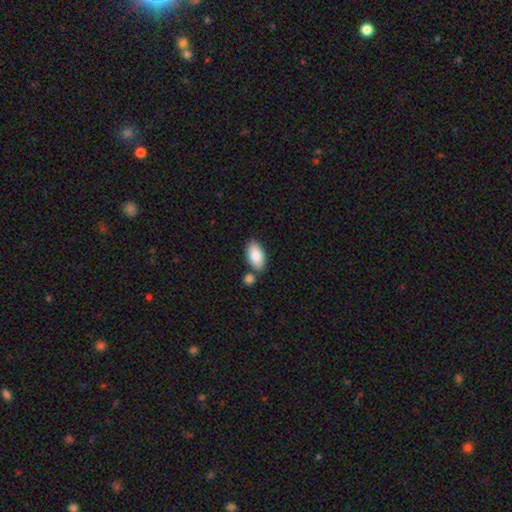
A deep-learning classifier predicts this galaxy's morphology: Smooth or featured? Predicted: smooth (p=0.84). How rounded? Predicted: in between (p=0.94). Merging? Predicted: none (p=0.73).